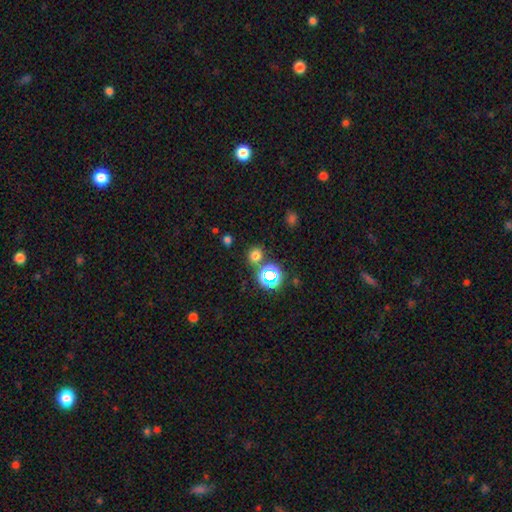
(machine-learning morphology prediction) Smooth or featured: smooth — 67% (star or artifact — 27%)
How rounded: round — 83% (in between — 15%)
Merging: none — 78% (merger — 11%)